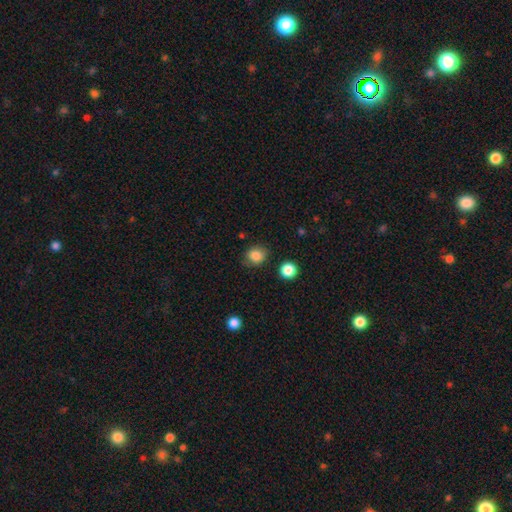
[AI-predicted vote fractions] smooth 86%, star or artifact 10%, featured or disk 4%. Down the decision tree: how rounded — round (77%); merging — none (81%).